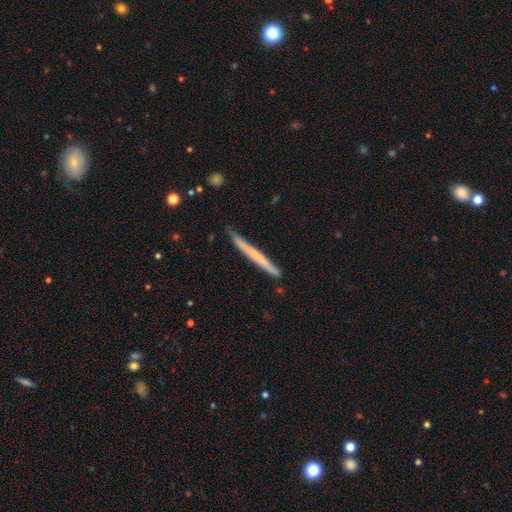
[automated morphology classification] Smooth or featured? smooth (49%)
Merging? none (86%)